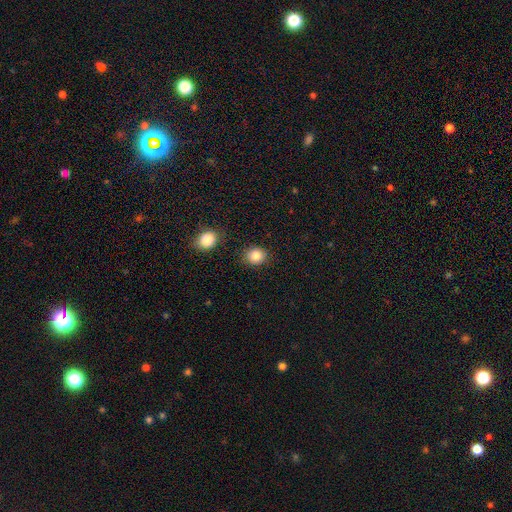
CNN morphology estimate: Overall: smooth (86%). How rounded: round (75%). Merging: none (84%).